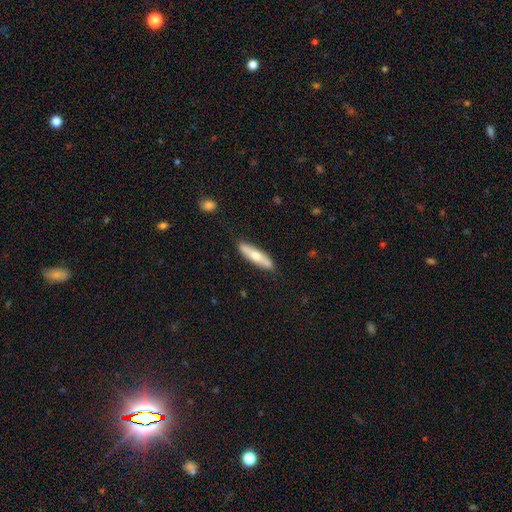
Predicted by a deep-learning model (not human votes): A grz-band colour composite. It shows a smooth galaxy with no disk features (58%) that is cigar-shaped (77%). Merging: none (87%).